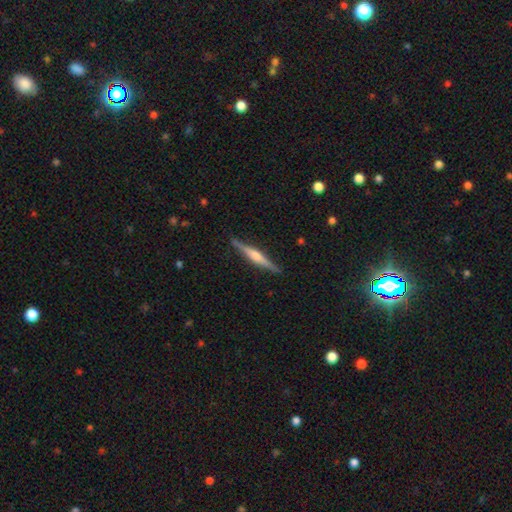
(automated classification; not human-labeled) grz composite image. It shows a featured or disk galaxy (74%) viewed edge-on (98%) with a rounded central bulge (81%). Merging: none (90%).